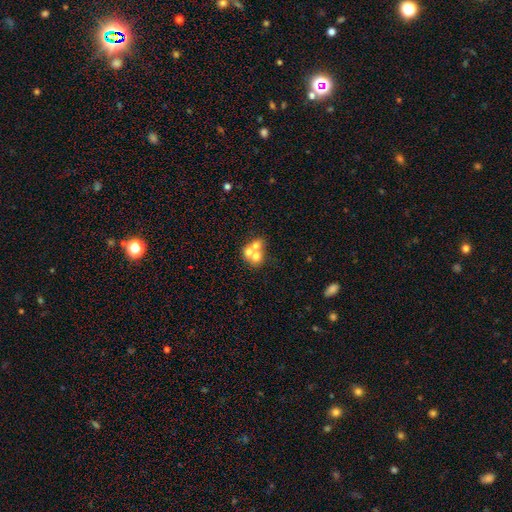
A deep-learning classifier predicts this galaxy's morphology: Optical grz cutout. It shows a smooth galaxy with no disk features (56%) that is round (71%). Merging: merger (66%).